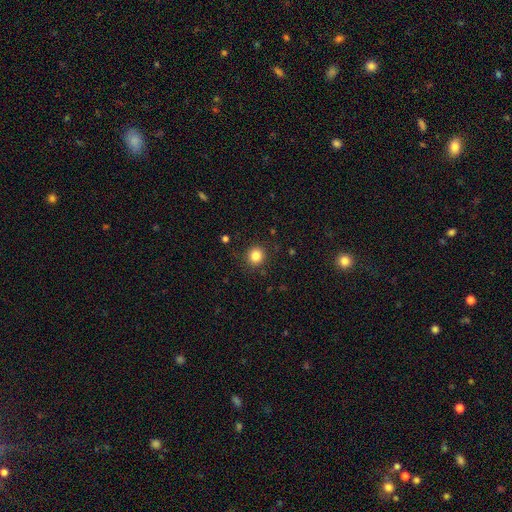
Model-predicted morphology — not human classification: This appears to be a smooth galaxy with no disk features (84%) that is round (90%). Merging: none (89%).